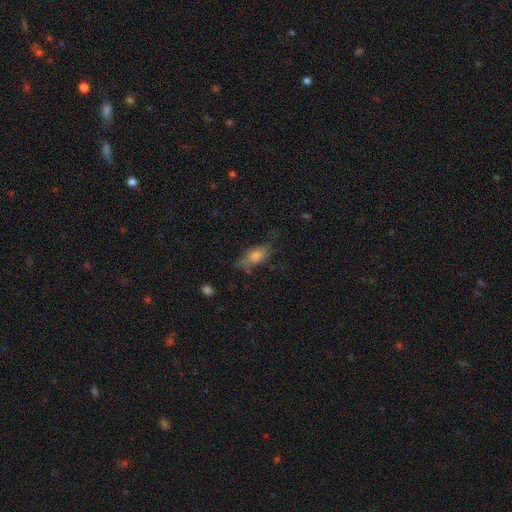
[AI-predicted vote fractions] This is possibly a smooth galaxy (57%). How rounded: likely in between (71%). Merging: possibly none (54%).